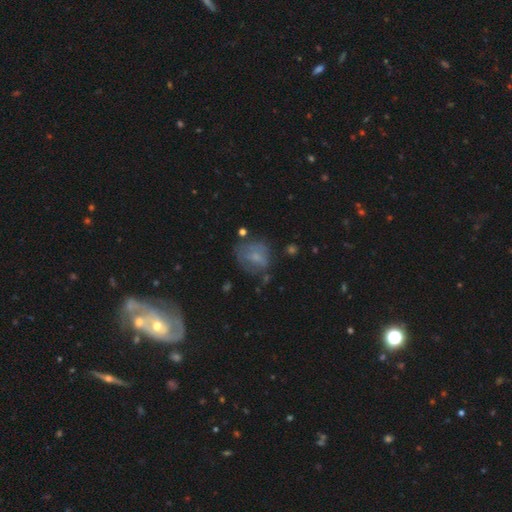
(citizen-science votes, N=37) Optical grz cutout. It shows a smooth galaxy with no disk features (51%) that is round (63%). Merging: none (58%).